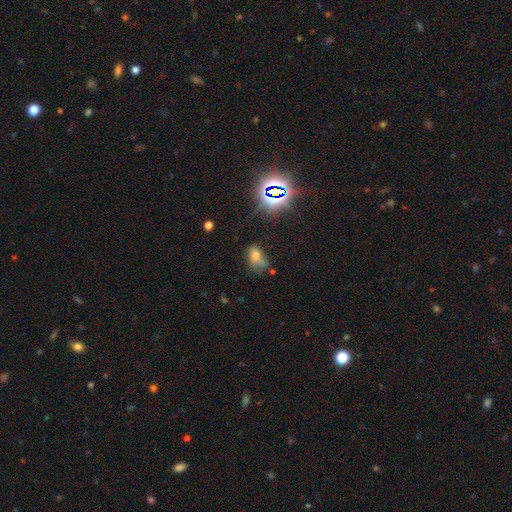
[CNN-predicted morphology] The model was most divided on "merging": none: 38%, minor disturbance: 30%, major disturbance: 23%, merger: 9%. More confident: how rounded — in between (81%); smooth or featured — smooth (60%).